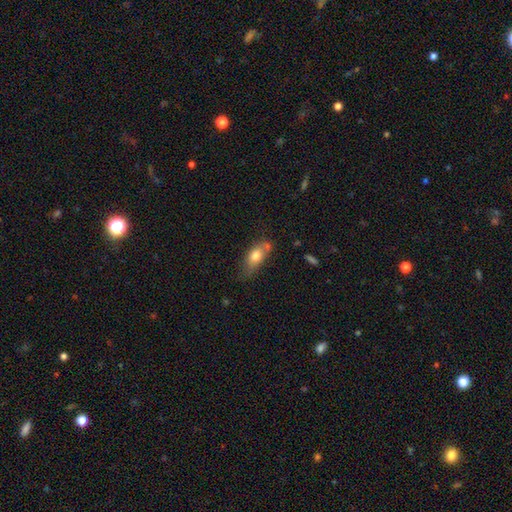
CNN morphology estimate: A smooth galaxy with no disk features (74%) that is in between round and cigar-shaped (81%).

Vote fractions:
- Smooth or featured? smooth: 74% / featured or disk: 18% / star or artifact: 8%
- How rounded? in between: 81% / cigar-shaped: 11% / round: 8%
- Merging? none: 48% / minor disturbance: 28% / merger: 16% / major disturbance: 8%